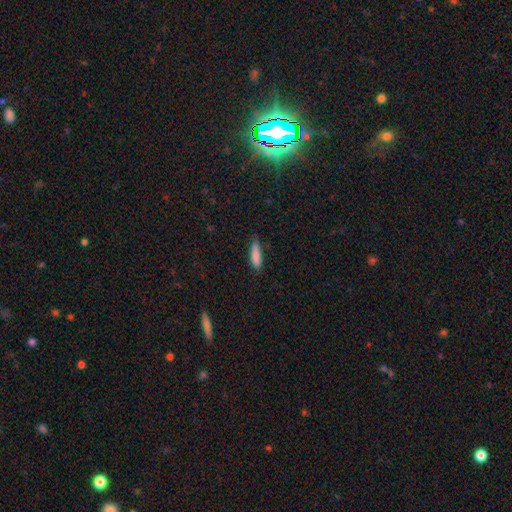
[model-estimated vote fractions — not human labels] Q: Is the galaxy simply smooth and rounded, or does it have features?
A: smooth — 85%.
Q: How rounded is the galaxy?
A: cigar-shaped — 75%.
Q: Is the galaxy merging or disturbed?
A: none — 78%.